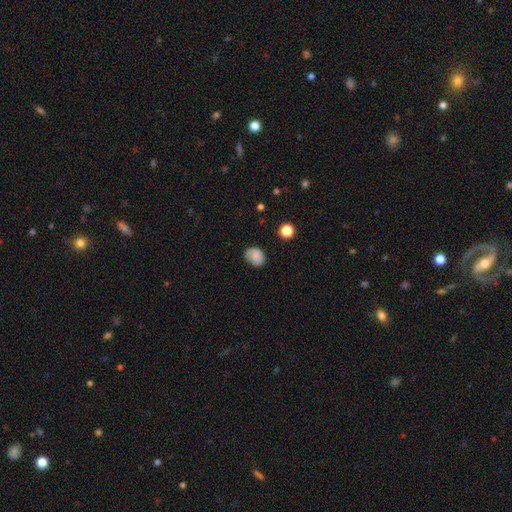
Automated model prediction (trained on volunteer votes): The model was most divided on "how rounded": in between: 54%, round: 45%, cigar-shaped: 1%. More confident: smooth or featured — smooth (80%); merging — none (75%).